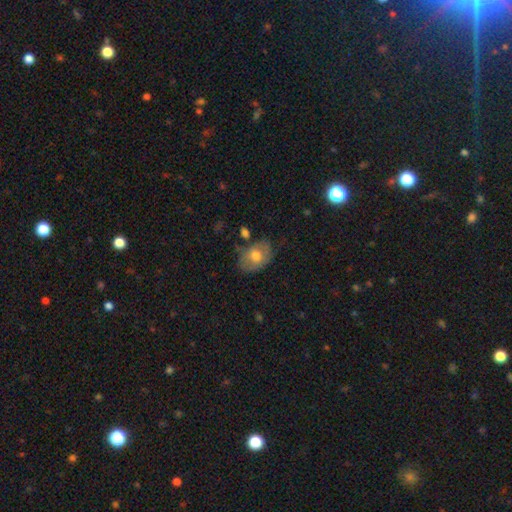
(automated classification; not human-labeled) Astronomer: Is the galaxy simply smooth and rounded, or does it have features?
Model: smooth — 64%.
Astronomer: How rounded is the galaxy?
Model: in between — 77%.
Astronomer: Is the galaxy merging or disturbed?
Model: none — 62%.